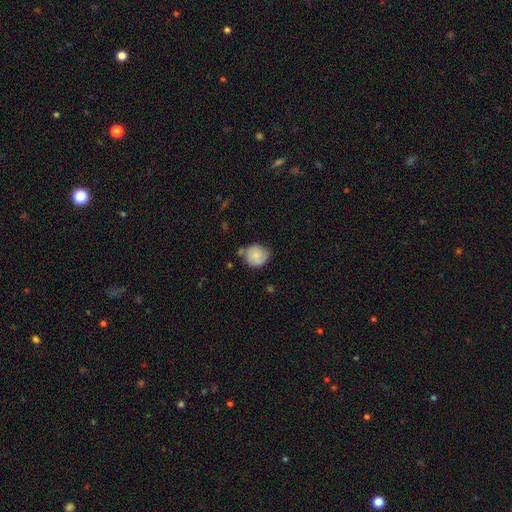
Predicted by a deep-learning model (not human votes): smooth 68%, featured or disk 24%, star or artifact 8%. Down the decision tree: how rounded — round (82%); merging — none (59%).